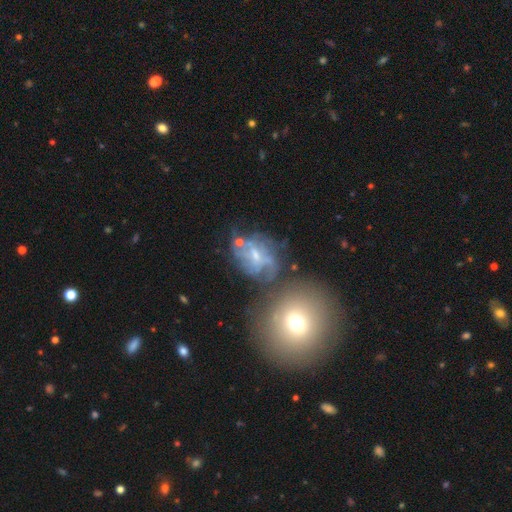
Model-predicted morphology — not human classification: type=featured or disk (66%); edge-on=no (97%); bar=no (51%); spiral arms=yes (61%); bulge=small (52%); merging=none (42%).